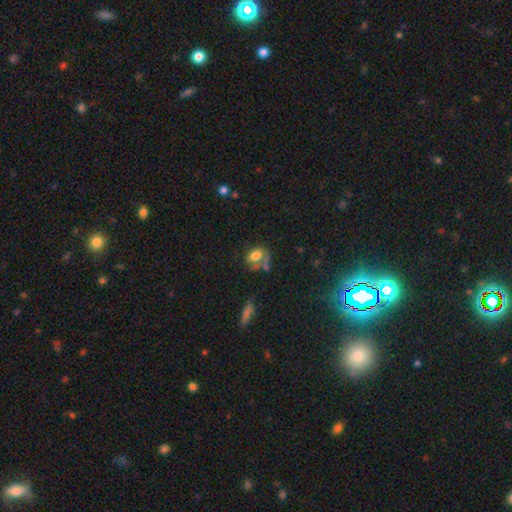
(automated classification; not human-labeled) A smooth galaxy with no disk features (70%) that is in between round and cigar-shaped (75%). Merging: none (40%).